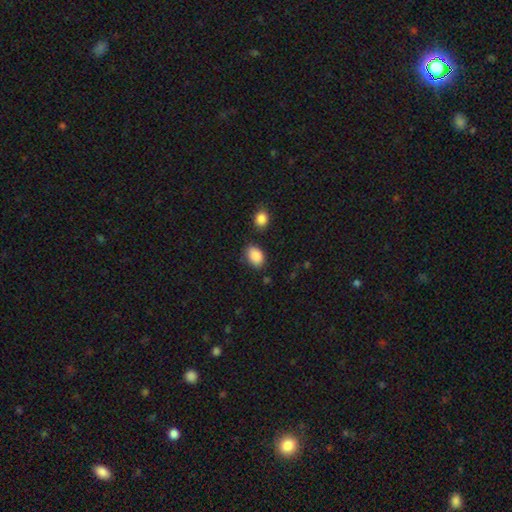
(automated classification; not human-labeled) Morphology: type=smooth (89%); roundness=in between (82%); merging=none (76%).